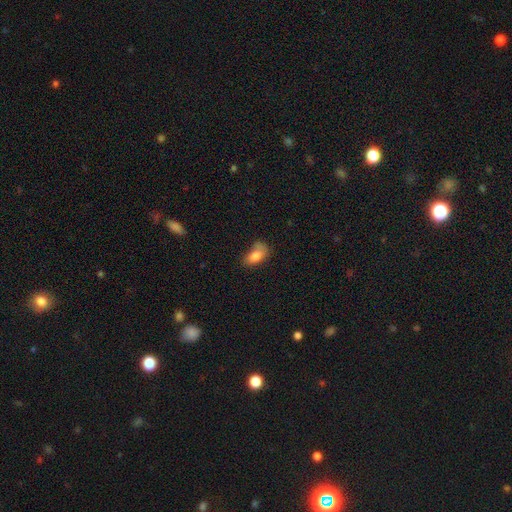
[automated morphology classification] Smooth or featured? Predicted: smooth (p=0.81). How rounded? Predicted: in between (p=0.89). Merging? Predicted: none (p=0.45).